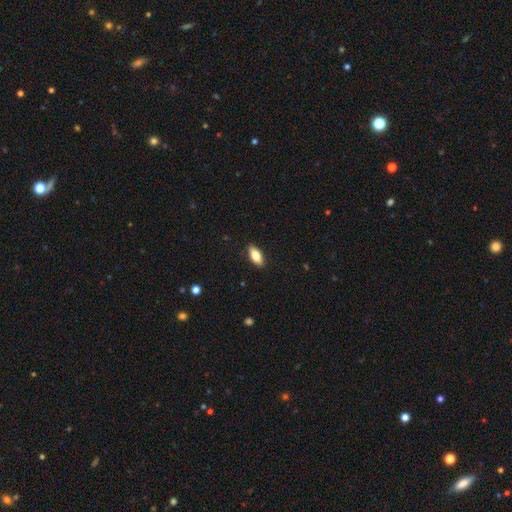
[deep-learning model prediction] Smooth or featured: smooth — 75% (featured or disk — 18%)
How rounded: in between — 82% (cigar-shaped — 15%)
Merging: none — 89% (minor disturbance — 9%)